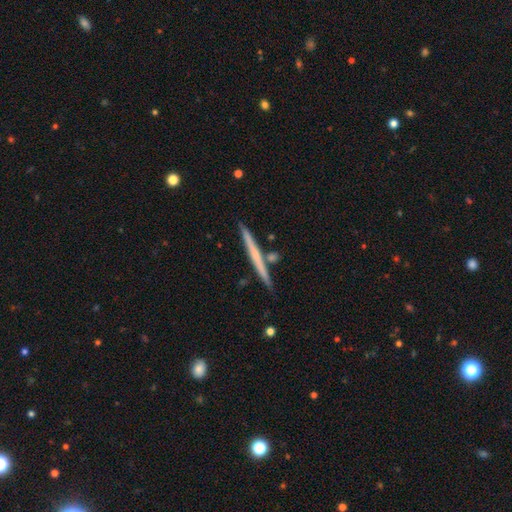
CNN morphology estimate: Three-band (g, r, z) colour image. It shows a featured or disk galaxy (51%) viewed edge-on (97%). Merging: none (86%).